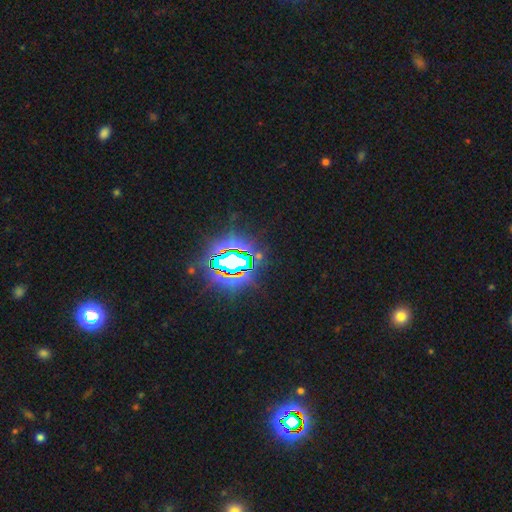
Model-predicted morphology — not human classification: Smooth or featured? star or artifact (79%)